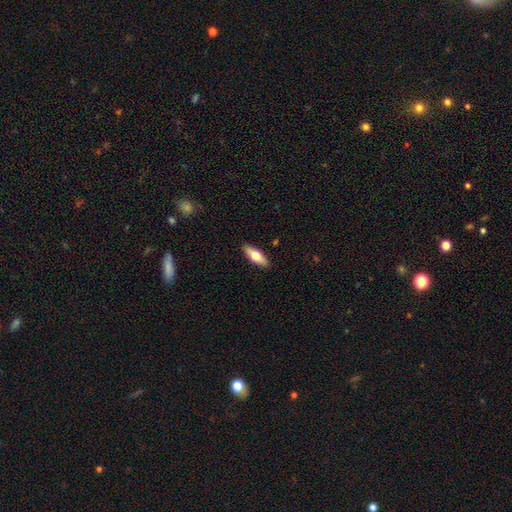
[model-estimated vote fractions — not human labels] Smooth or featured? smooth (62%)
How rounded? in between (62%)
Merging? none (89%)